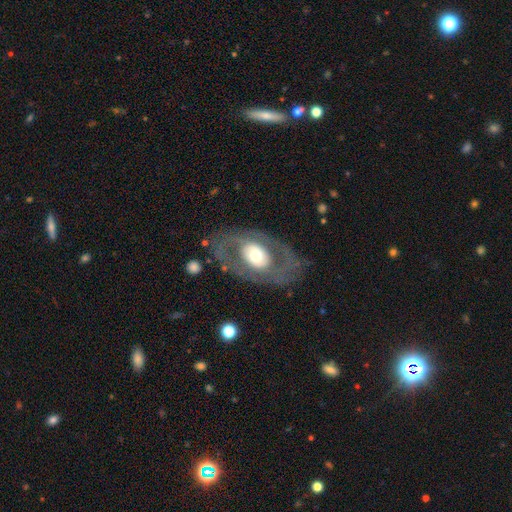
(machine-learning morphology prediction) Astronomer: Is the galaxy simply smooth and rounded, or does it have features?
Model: featured or disk — 62%.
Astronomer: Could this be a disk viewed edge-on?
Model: no — 91%.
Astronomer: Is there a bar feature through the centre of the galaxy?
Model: no — 80%.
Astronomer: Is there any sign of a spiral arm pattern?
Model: no — 73%.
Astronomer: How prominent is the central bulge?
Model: moderate — 56%.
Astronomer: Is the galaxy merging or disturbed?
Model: none — 75%.